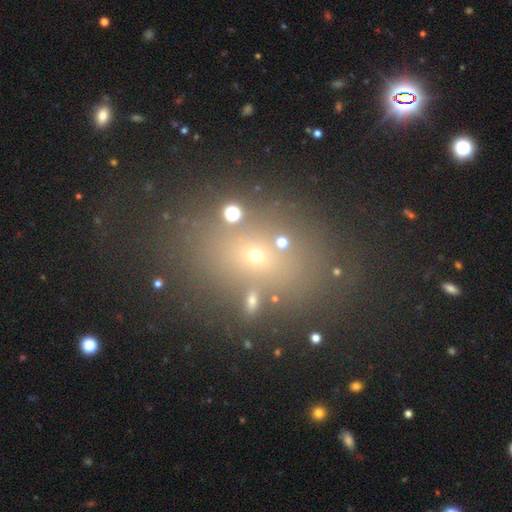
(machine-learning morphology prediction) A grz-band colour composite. It shows a smooth galaxy with no disk features (47%). Merging: none (74%).